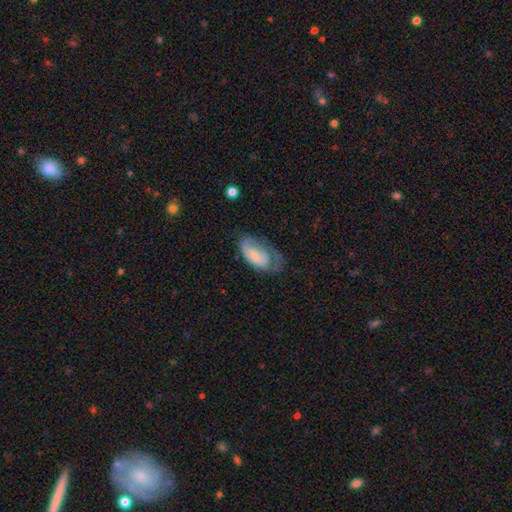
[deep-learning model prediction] This is possibly a smooth galaxy (58%). How rounded: clearly in between (93%). Merging: marginally major disturbance (34%).